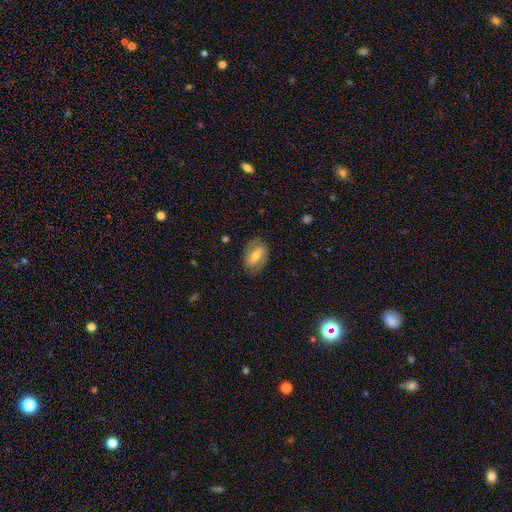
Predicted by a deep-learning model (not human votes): This is possibly a featured or disk galaxy (47%). Merging: likely none (79%).